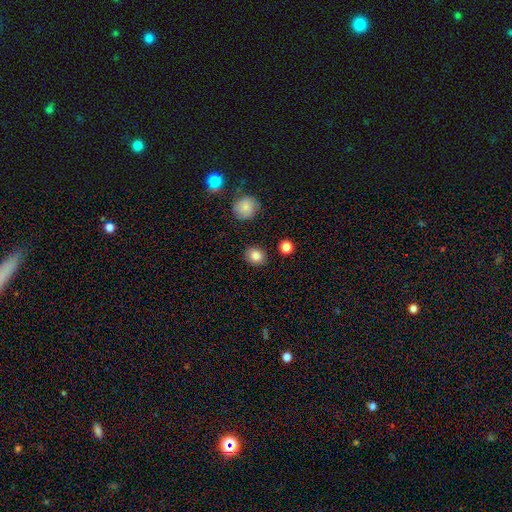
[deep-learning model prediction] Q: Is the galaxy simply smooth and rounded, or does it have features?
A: smooth — 85%.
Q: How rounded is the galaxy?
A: round — 72%.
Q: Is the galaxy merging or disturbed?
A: none — 88%.